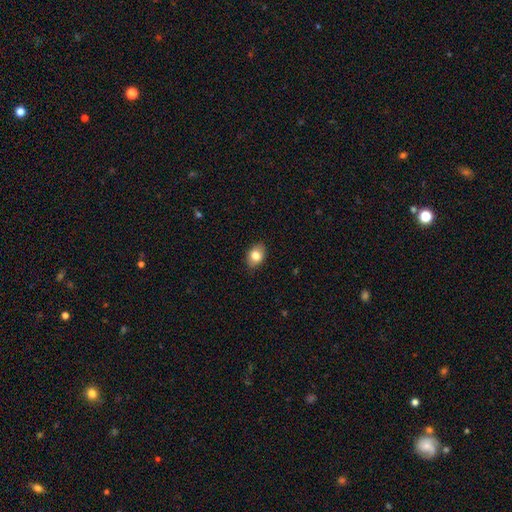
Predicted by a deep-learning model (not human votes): smooth-or-featured: smooth: 80% | featured or disk: 11% | star or artifact: 8%
  how-rounded: in between: 76% | round: 23% | cigar-shaped: 1%
  merging: none: 86% | minor disturbance: 11% | major disturbance: 2% | merger: 1%